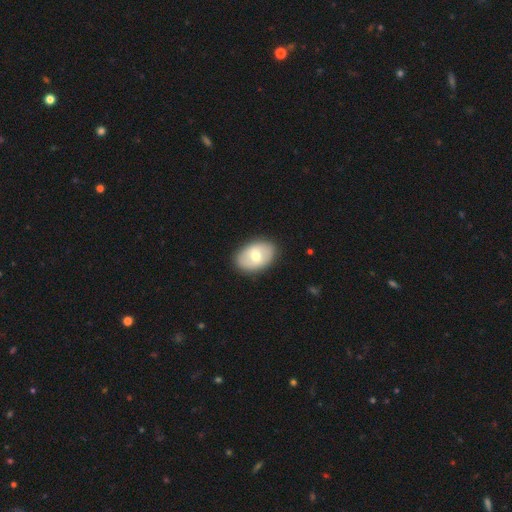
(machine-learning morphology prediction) Smooth or featured? Predicted: smooth (p=0.61). How rounded? Predicted: in between (p=0.85). Merging? Predicted: none (p=0.87).